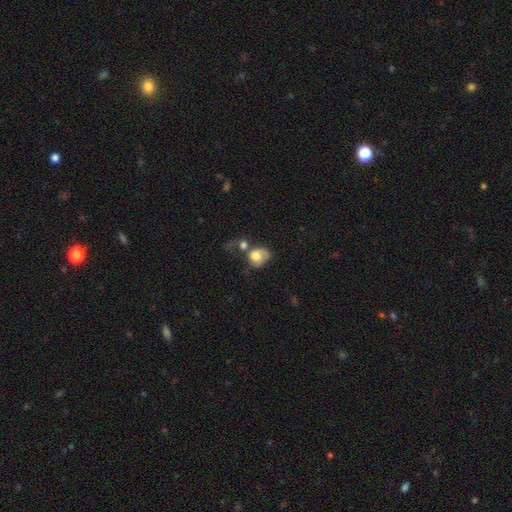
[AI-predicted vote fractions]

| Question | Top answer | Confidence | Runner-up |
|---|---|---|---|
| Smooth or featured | smooth | 68% | featured or disk (24%) |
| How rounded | round | 53% | in between (46%) |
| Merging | merger | 39% | major disturbance (25%) |